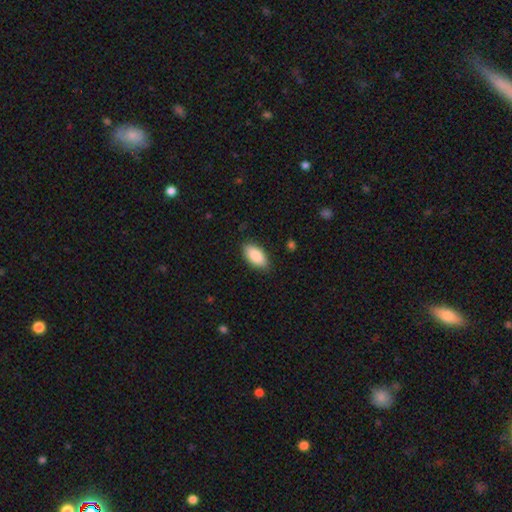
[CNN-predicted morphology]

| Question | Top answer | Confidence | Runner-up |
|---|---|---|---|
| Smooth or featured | smooth | 88% | star or artifact (6%) |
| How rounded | in between | 93% | cigar-shaped (4%) |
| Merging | none | 86% | minor disturbance (11%) |